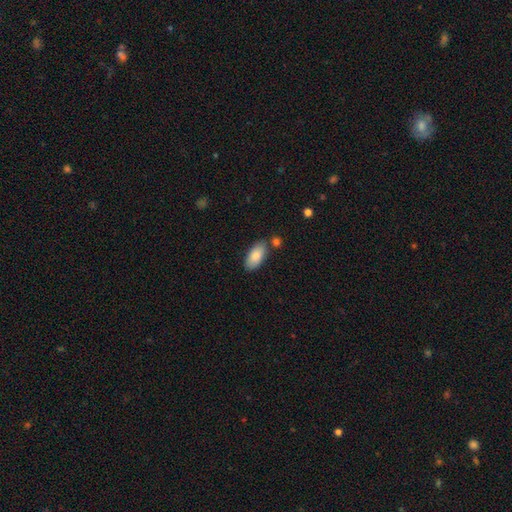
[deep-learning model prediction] This appears to be a smooth galaxy with no disk features (85%) that is in between round and cigar-shaped (91%). Merging: none (76%).